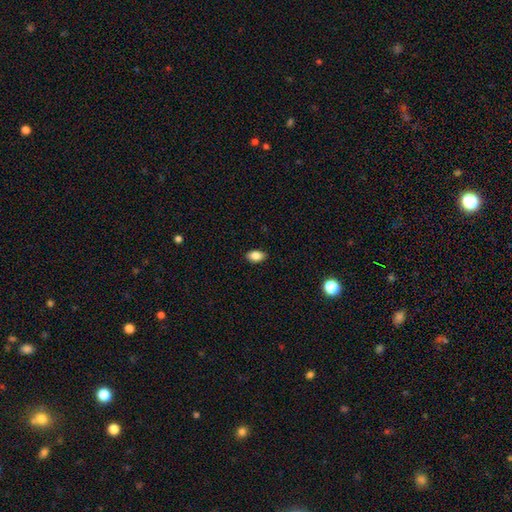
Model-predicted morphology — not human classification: smooth-or-featured: smooth: 85% | star or artifact: 8% | featured or disk: 6%
  how-rounded: in between: 89% | round: 8% | cigar-shaped: 3%
  merging: none: 88% | minor disturbance: 9% | major disturbance: 2% | merger: 1%